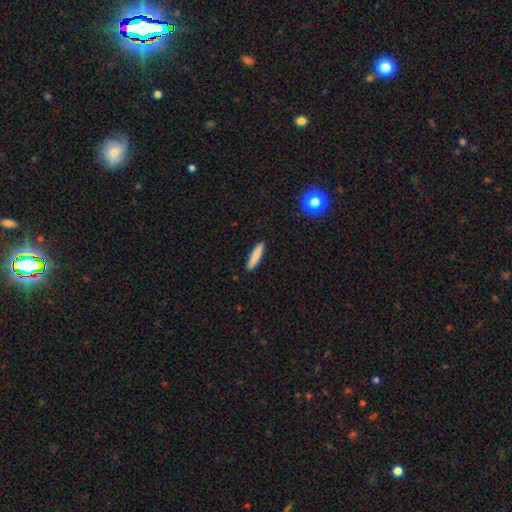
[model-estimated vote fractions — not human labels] This is clearly a smooth galaxy (83%). How rounded: clearly cigar-shaped (87%). Merging: clearly none (90%).